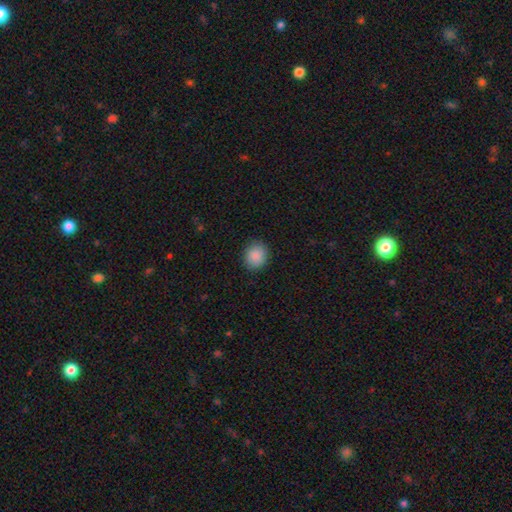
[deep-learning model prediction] Q: Smooth or featured?
A: smooth (89%); runner-up: star or artifact (8%)
Q: How rounded?
A: round (70%); runner-up: in between (29%)
Q: Merging?
A: none (89%); runner-up: minor disturbance (8%)